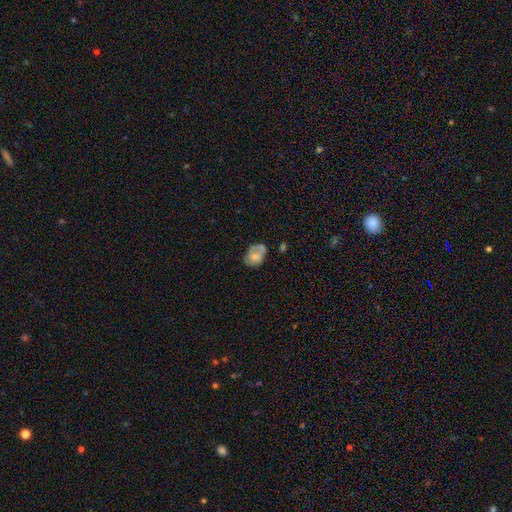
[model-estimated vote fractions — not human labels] A smooth galaxy with no disk features (60%) that is in between round and cigar-shaped (74%).

Vote fractions:
- Smooth or featured? smooth: 60% / featured or disk: 32% / star or artifact: 8%
- How rounded? in between: 74% / round: 25% / cigar-shaped: 1%
- Merging? none: 45% / minor disturbance: 31% / major disturbance: 18% / merger: 6%